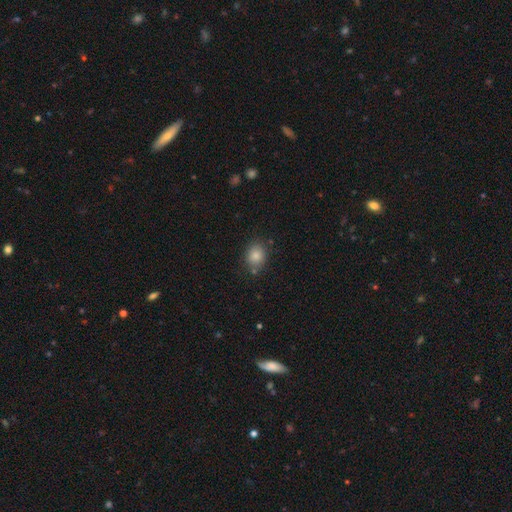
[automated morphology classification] The model was most divided on "how rounded": round: 56%, in between: 43%, cigar-shaped: 1%. More confident: smooth or featured — smooth (84%); merging — none (77%).